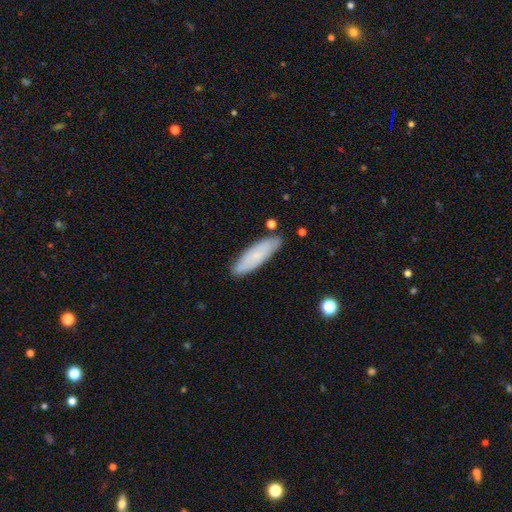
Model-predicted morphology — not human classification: smooth-or-featured: smooth: 68% | featured or disk: 26% | star or artifact: 7%
  how-rounded: cigar-shaped: 53% | in between: 45% | round: 2%
  merging: none: 80% | minor disturbance: 15% | merger: 3% | major disturbance: 2%